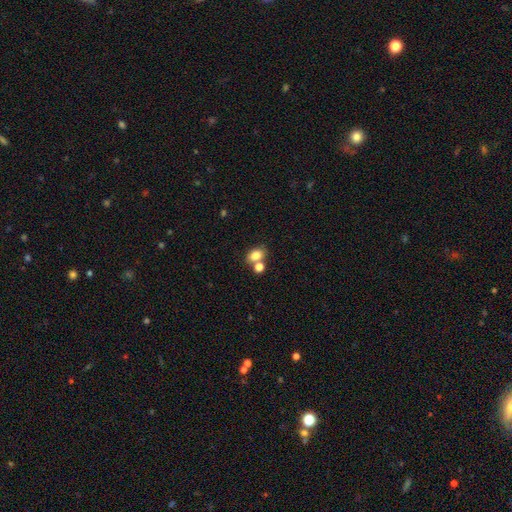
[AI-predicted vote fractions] smooth_or_featured: smooth (p=0.80) [alt: star or artifact p=0.11]
how_rounded: in between (p=0.74) [alt: round p=0.25]
merging: none (p=0.51) [alt: merger p=0.35]